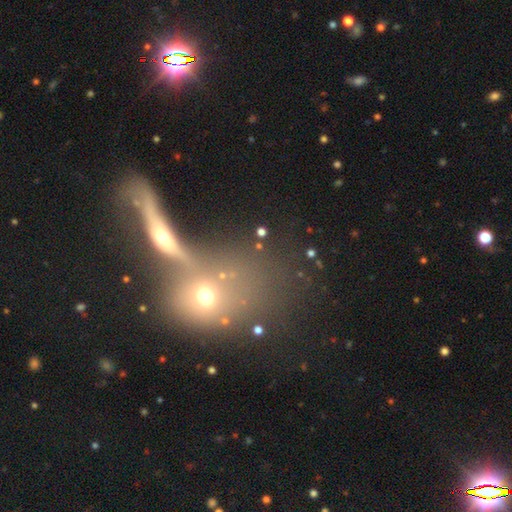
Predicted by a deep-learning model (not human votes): Smooth or featured: smooth — 43% (featured or disk — 35%)
Merging: merger — 62% (none — 20%)